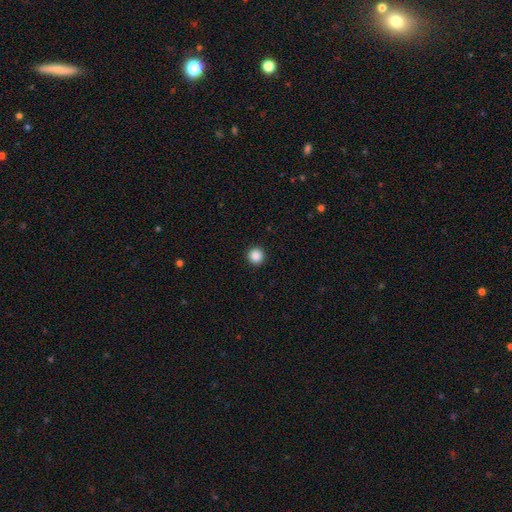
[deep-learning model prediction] A smooth galaxy with no disk features (88%) that is round (95%).

Vote fractions:
- Smooth or featured? smooth: 88% / star or artifact: 10% / featured or disk: 2%
- How rounded? round: 95% / in between: 4% / cigar-shaped: 1%
- Merging? none: 93% / minor disturbance: 4% / major disturbance: 2% / merger: 1%